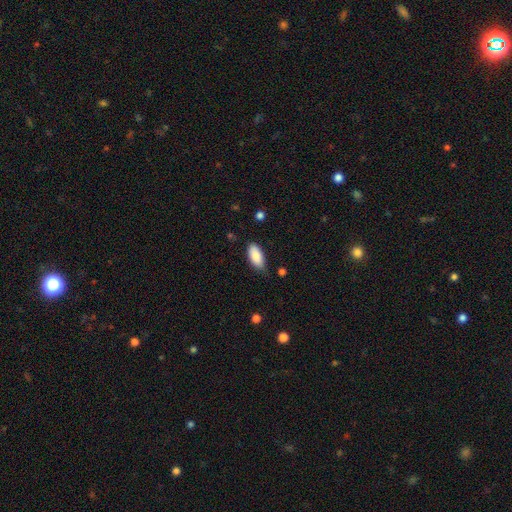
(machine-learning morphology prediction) Smooth or featured? Predicted: smooth (p=0.86). How rounded? Predicted: in between (p=0.91). Merging? Predicted: none (p=0.72).